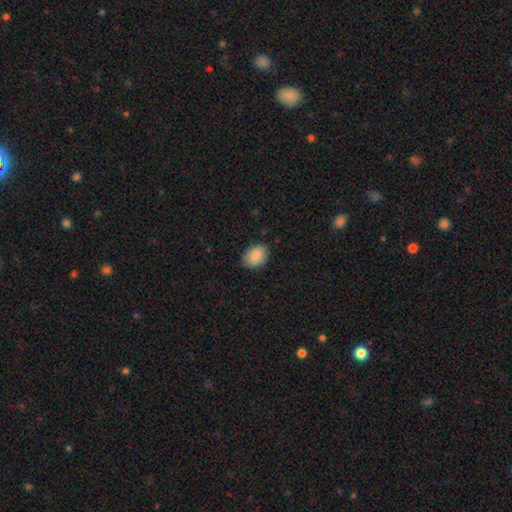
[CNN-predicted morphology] type=smooth (87%); roundness=in between (75%); merging=none (85%).